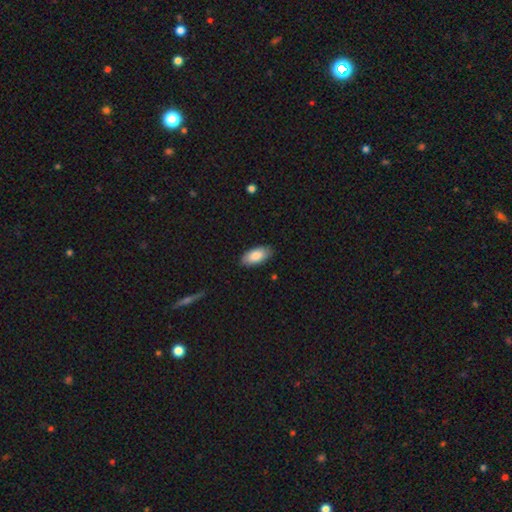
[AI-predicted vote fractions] This is clearly a smooth galaxy (87%). How rounded: clearly in between (93%). Merging: clearly none (87%).